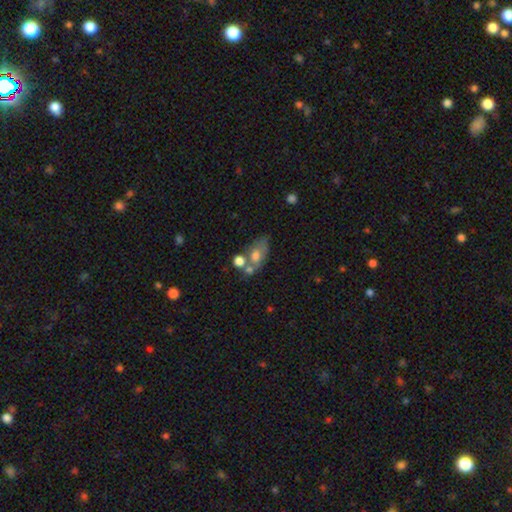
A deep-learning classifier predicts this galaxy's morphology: smooth-or-featured: smooth: 58% | featured or disk: 31% | star or artifact: 10%
  how-rounded: in between: 76% | round: 19% | cigar-shaped: 5%
  merging: merger: 38% | none: 35% | minor disturbance: 17% | major disturbance: 10%